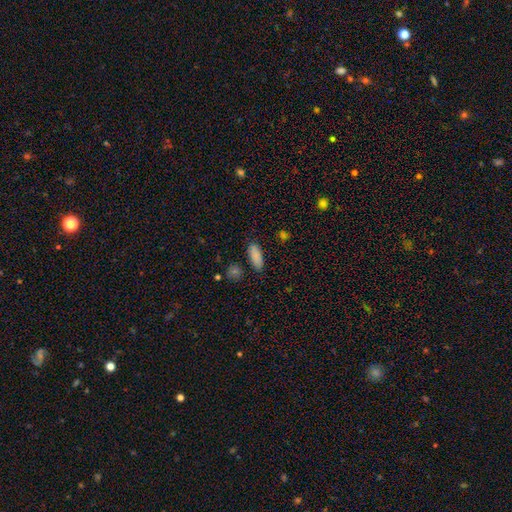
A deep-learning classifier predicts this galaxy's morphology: type=smooth (87%); roundness=in between (71%); merging=none (86%).